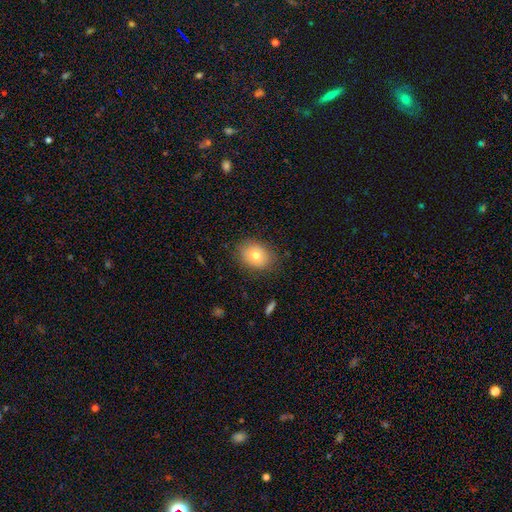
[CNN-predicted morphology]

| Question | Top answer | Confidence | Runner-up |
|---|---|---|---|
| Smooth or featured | smooth | 75% | featured or disk (15%) |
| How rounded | in between | 52% | round (47%) |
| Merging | none | 83% | minor disturbance (12%) |